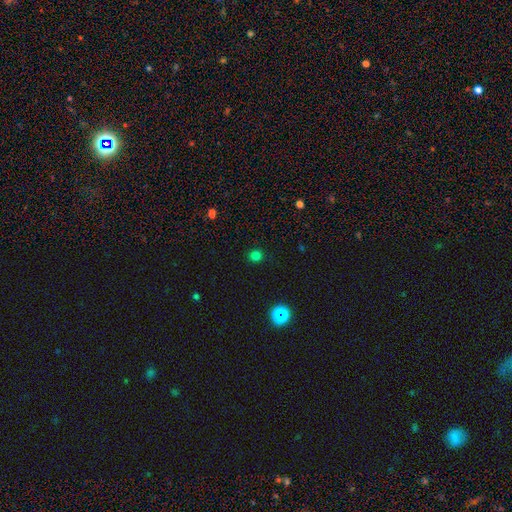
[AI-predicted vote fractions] Morphology: type=smooth (78%); roundness=round (91%); merging=none (91%).